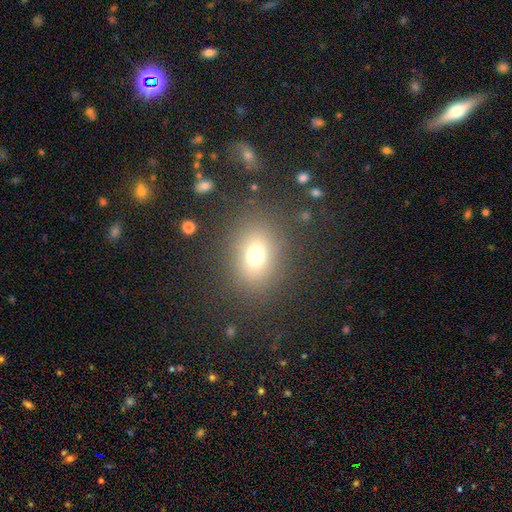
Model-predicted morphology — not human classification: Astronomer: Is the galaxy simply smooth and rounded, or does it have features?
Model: smooth — 71%.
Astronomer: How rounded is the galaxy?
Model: in between — 54% (runner-up: round, 44%).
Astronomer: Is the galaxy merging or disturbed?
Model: none — 83%.